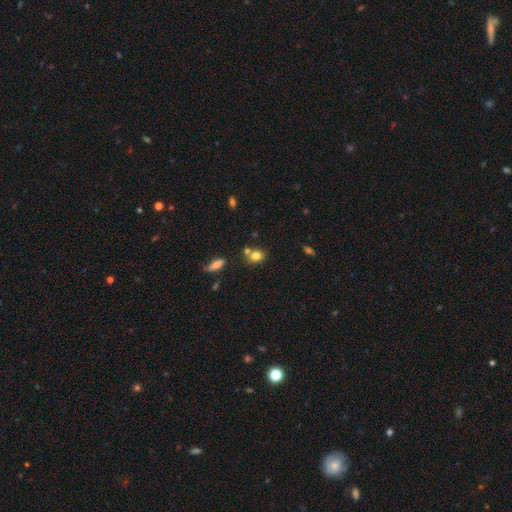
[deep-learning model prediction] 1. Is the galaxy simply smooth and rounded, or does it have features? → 78% smooth, 12% star or artifact, 10% featured or disk.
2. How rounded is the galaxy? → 53% round, 45% in between, 2% cigar-shaped.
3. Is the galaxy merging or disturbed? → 57% none, 26% merger, 13% minor disturbance, 4% major disturbance.